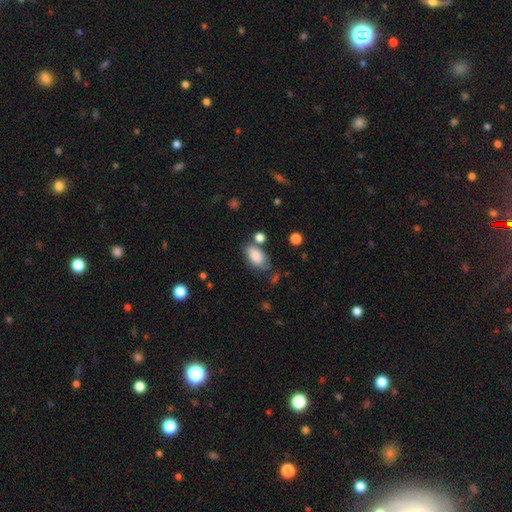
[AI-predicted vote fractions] Morphology: type=smooth (84%); roundness=in between (92%); merging=none (59%).